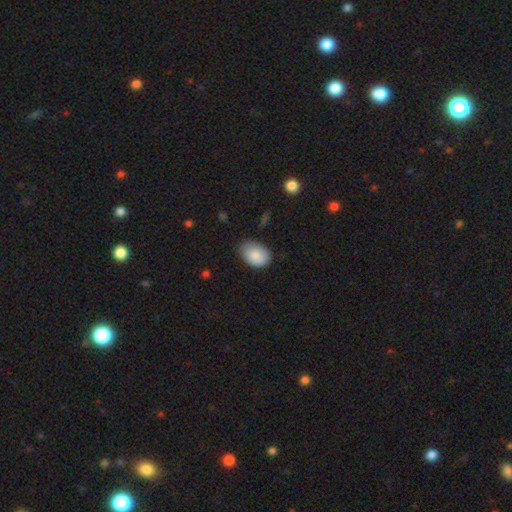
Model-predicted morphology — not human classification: A smooth galaxy with no disk features (86%) that is in between round and cigar-shaped (84%). Merging: none (70%).